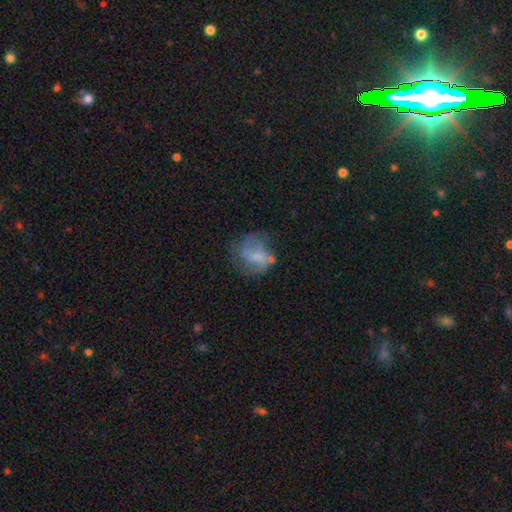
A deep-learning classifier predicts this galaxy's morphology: Smooth or featured: featured or disk — 49% (smooth — 41%)
Merging: none — 49% (minor disturbance — 23%)